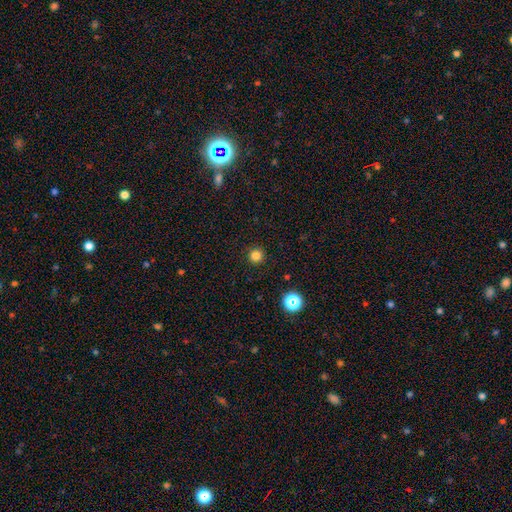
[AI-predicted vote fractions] Q: Smooth or featured?
A: smooth (82%); runner-up: star or artifact (14%)
Q: How rounded?
A: round (96%); runner-up: in between (3%)
Q: Merging?
A: none (92%); runner-up: minor disturbance (5%)